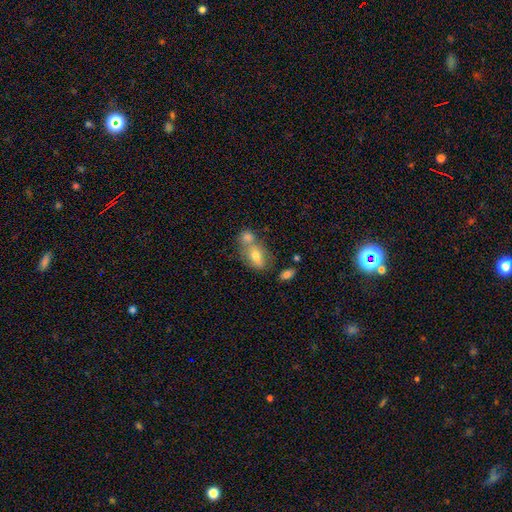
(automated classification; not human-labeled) Morphology: type=smooth (69%); roundness=in between (80%); merging=merger (46%).